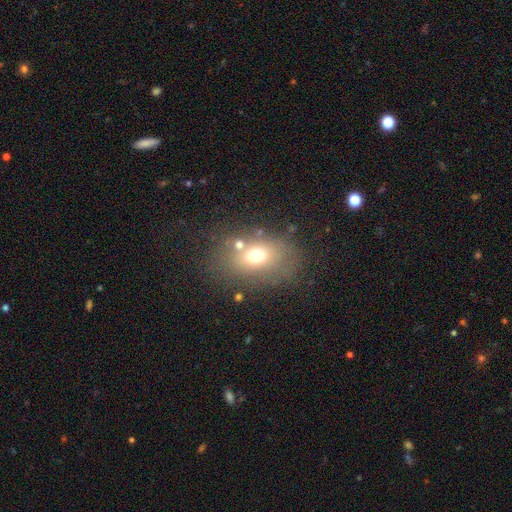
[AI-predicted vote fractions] Smooth or featured: smooth — 64% (featured or disk — 20%)
How rounded: in between — 69% (round — 30%)
Merging: none — 63% (minor disturbance — 15%)